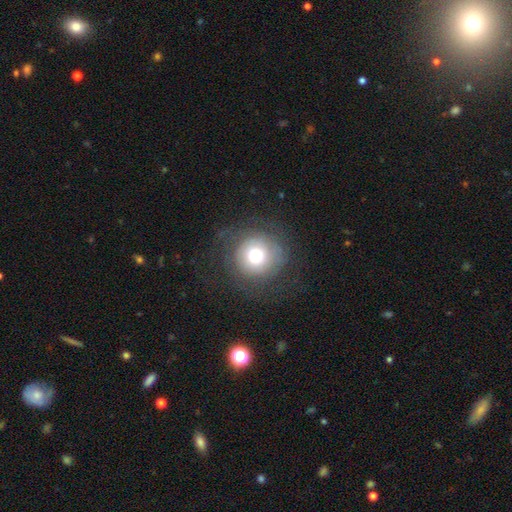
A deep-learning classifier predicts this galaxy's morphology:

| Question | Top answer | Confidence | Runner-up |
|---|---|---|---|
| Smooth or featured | smooth | 61% | featured or disk (27%) |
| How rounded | round | 94% | in between (5%) |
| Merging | none | 74% | minor disturbance (13%) |